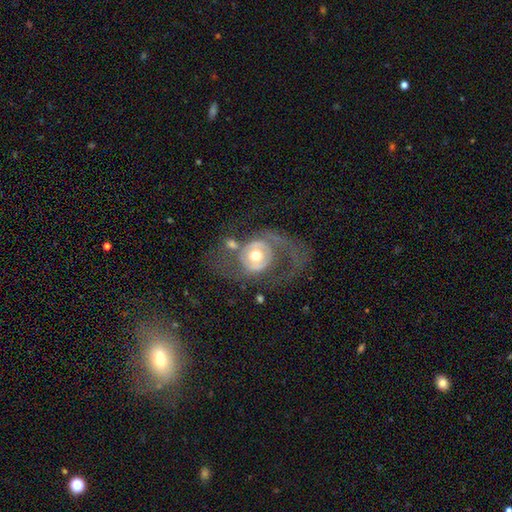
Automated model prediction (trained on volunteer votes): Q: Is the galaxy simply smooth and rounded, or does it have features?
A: featured or disk — 71%.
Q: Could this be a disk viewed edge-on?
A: no — 96%.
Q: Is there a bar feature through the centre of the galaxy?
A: no — 73%.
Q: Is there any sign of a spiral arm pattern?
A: yes — 56%.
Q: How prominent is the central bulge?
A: moderate — 71%.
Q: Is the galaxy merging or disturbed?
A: none — 39%.